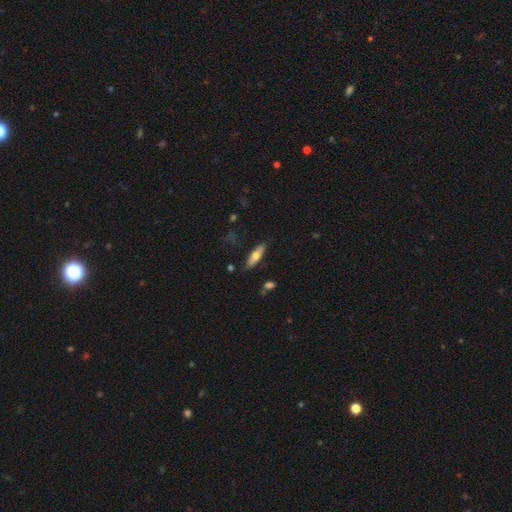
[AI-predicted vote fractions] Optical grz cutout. It shows a smooth galaxy with no disk features (56%) that is cigar-shaped (54%). Merging: none (83%).